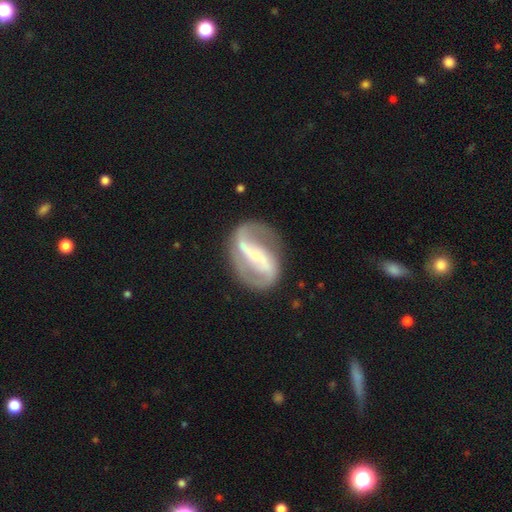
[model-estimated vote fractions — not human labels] Smooth or featured? featured or disk (88%)
Edge-on disk? no (97%)
Bar? strong (62%)
Spiral arms? yes (94%)
Spiral winding? medium (44%)
Spiral arm count? 2 (91%)
Bulge size? small (73%)
Merging? none (77%)